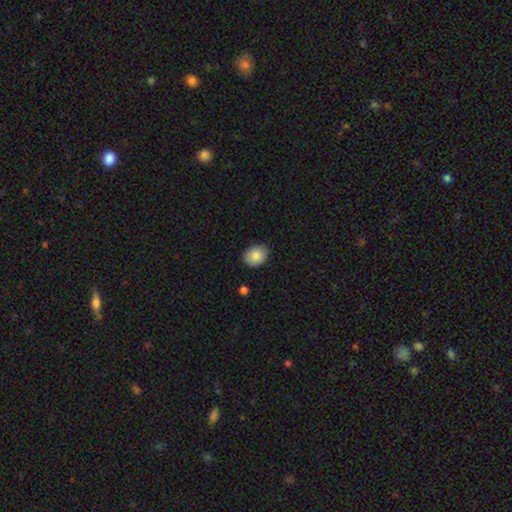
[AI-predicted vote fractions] smooth_or_featured: smooth (p=0.86) [alt: star or artifact p=0.08]
how_rounded: in between (p=0.54) [alt: round p=0.45]
merging: none (p=0.86) [alt: minor disturbance p=0.11]